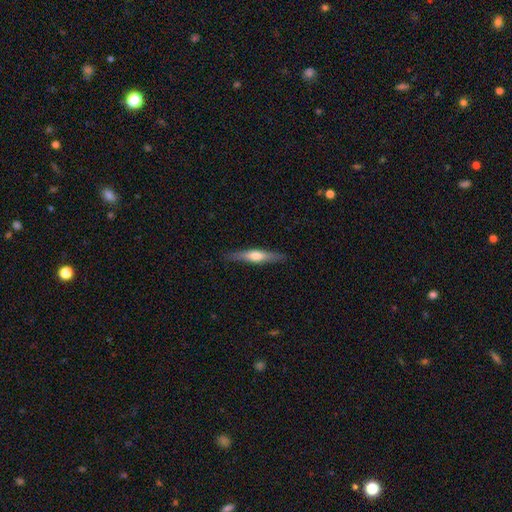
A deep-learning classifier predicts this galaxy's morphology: Overall: featured or disk (52%; smooth 42%). Edge-on disk: yes (94%). Merging: none (88%).